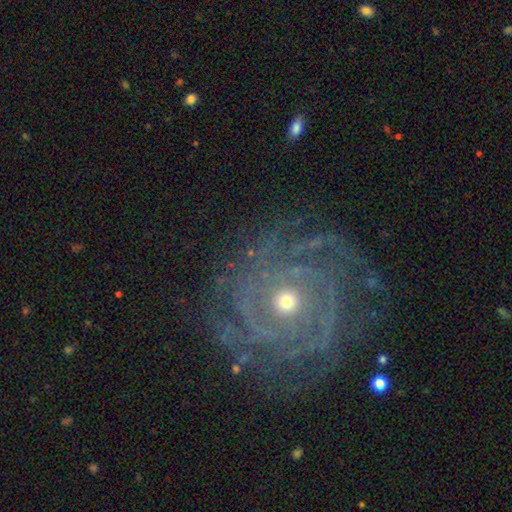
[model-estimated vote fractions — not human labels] Smooth or featured? featured or disk (88%)
Edge-on disk? no (97%)
Bar? no (75%)
Spiral arms? yes (97%)
Spiral winding? tight (82%)
Spiral arm count? can't tell (24%)
Bulge size? moderate (51%)
Merging? none (79%)